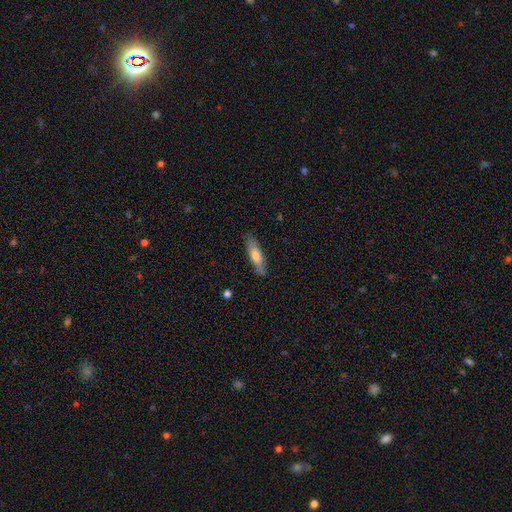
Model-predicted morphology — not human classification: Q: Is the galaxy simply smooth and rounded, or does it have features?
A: smooth — 65%.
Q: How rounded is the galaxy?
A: cigar-shaped — 69%.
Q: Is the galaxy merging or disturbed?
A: none — 85%.